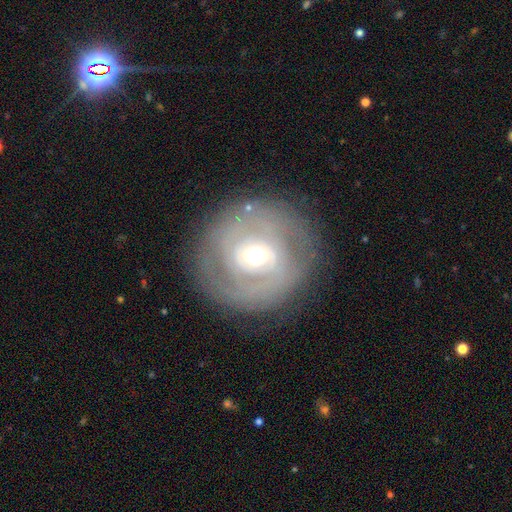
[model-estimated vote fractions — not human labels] This is likely a featured or disk galaxy (72%). It is clearly not viewed edge-on (96%). Bar: marginally weak (42%). Spiral arm pattern: likely yes (68%). Central bulge: likely moderate (70%). Merging: likely none (79%).